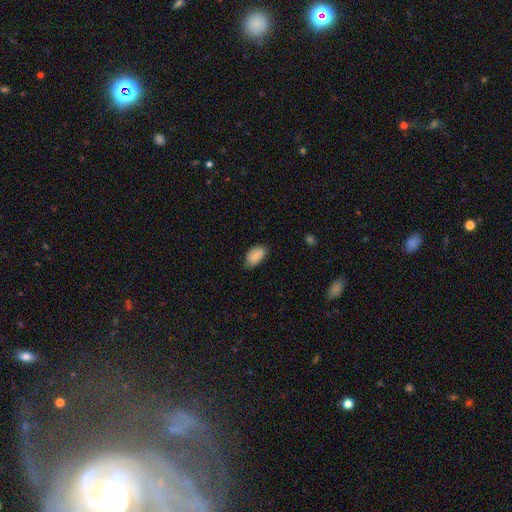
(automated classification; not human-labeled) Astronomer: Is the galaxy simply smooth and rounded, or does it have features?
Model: smooth — 87%.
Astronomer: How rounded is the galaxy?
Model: in between — 93%.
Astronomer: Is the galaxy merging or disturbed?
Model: none — 71%.